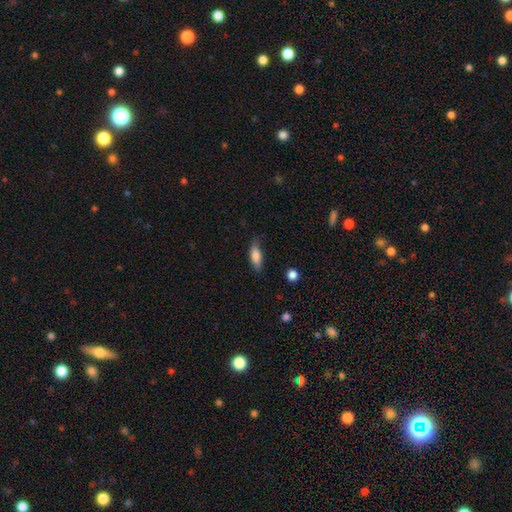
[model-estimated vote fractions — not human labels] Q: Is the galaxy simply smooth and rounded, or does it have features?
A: smooth — 82%.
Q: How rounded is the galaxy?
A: in between — 64%.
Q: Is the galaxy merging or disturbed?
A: none — 72%.